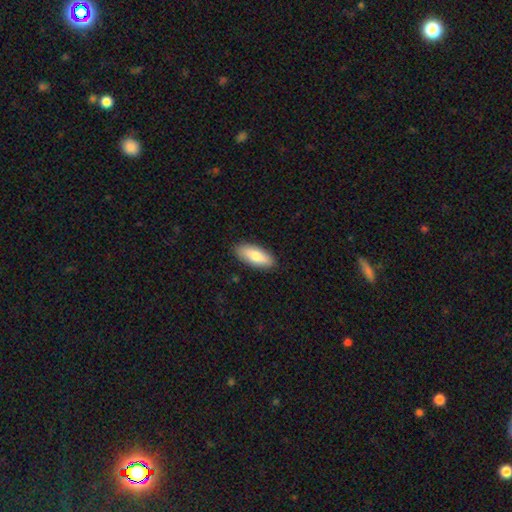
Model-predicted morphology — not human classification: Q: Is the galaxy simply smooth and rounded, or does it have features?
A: smooth — 79%.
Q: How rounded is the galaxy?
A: in between — 79%.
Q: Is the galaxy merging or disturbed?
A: none — 88%.